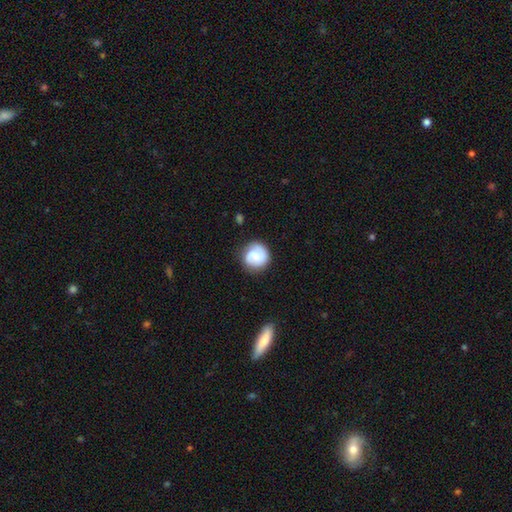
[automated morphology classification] This is possibly a smooth galaxy (47%). Merging: likely none (77%).